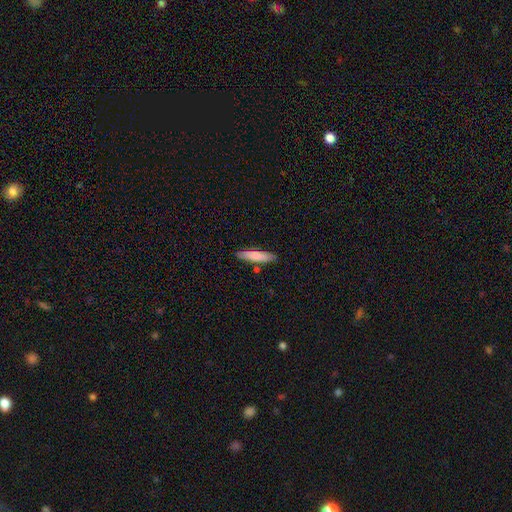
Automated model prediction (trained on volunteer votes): smooth_or_featured: smooth (p=0.76) [alt: featured or disk p=0.18]
how_rounded: cigar-shaped (p=0.81) [alt: in between p=0.18]
merging: none (p=0.84) [alt: minor disturbance p=0.10]